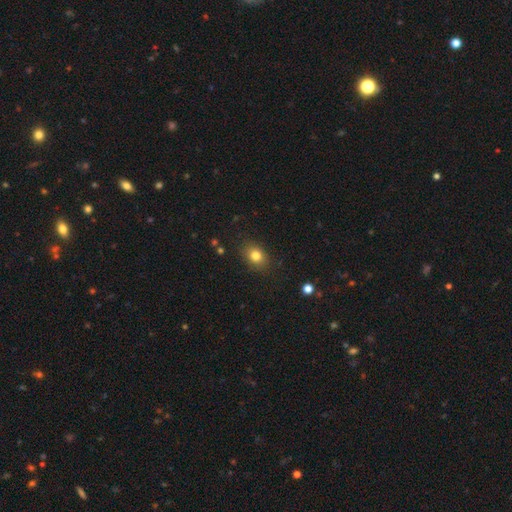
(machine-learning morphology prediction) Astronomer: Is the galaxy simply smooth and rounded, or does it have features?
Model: smooth — 82%.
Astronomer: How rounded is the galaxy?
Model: in between — 59% (runner-up: round, 39%).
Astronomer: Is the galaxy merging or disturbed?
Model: none — 84%.